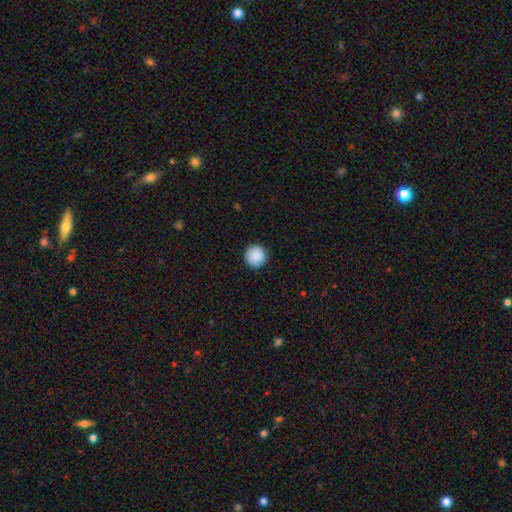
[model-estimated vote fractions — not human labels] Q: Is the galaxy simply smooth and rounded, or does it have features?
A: smooth — 90%.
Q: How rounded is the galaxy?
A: round — 96%.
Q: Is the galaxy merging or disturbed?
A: none — 92%.